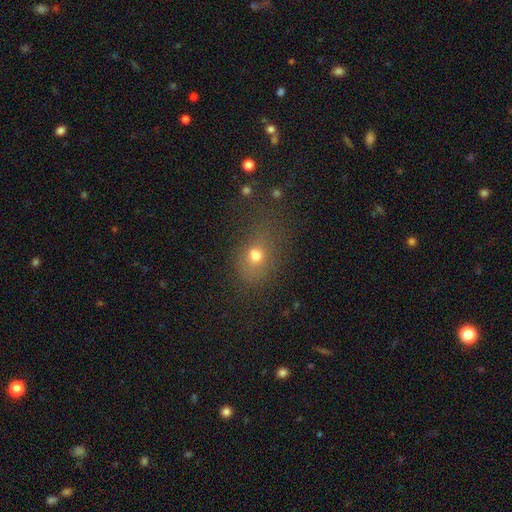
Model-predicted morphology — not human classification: A smooth galaxy with no disk features (68%) that is in between round and cigar-shaped (54%). Merging: none (51%).